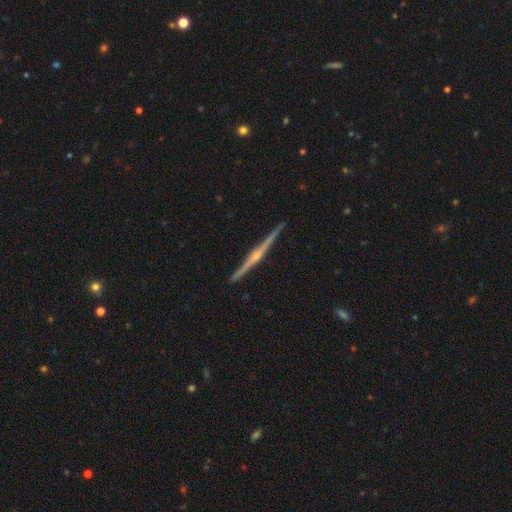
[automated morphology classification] featured or disk 86%, smooth 9%, star or artifact 5%. Down the decision tree: edge-on disk — yes (99%); edge-on bulge — rounded (83%); merging — none (91%).